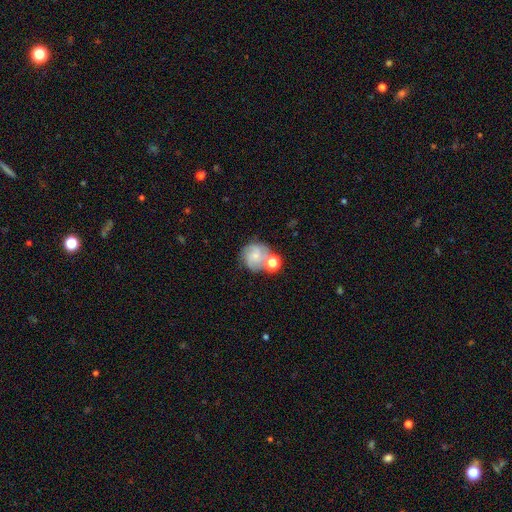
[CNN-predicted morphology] A featured or disk galaxy (49%).

Vote fractions:
- Smooth or featured? featured or disk: 49% / smooth: 40% / star or artifact: 11%
- Merging? none: 48% / merger: 28% / minor disturbance: 16% / major disturbance: 8%